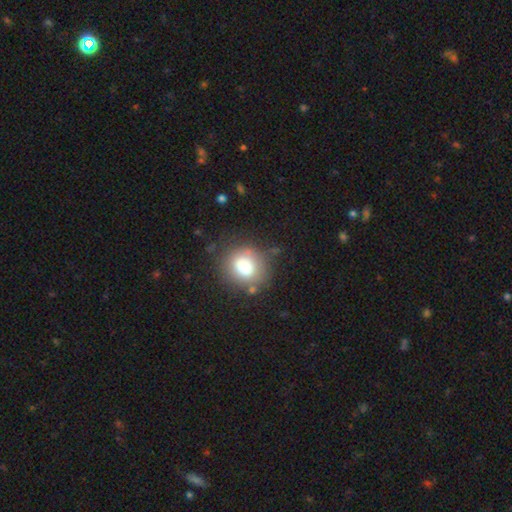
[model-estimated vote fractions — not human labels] Smooth or featured?
  - smooth: 75% *
  - star or artifact: 15%
  - featured or disk: 10%
How rounded?
  - round: 77% *
  - in between: 21%
  - cigar-shaped: 1%
Merging?
  - none: 78% *
  - minor disturbance: 14%
  - major disturbance: 4%
  - merger: 3%